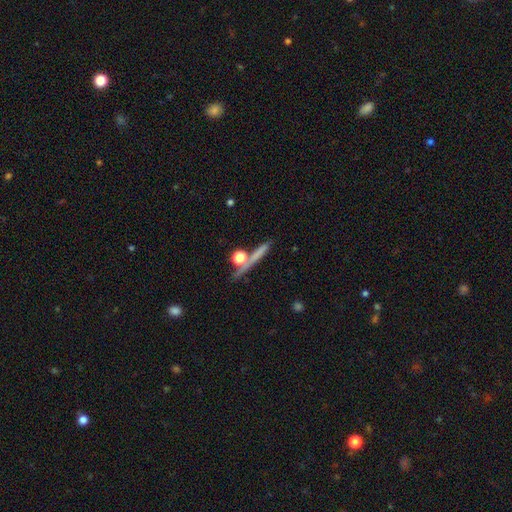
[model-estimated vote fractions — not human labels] This is possibly a smooth galaxy (50%). Merging: likely none (73%).